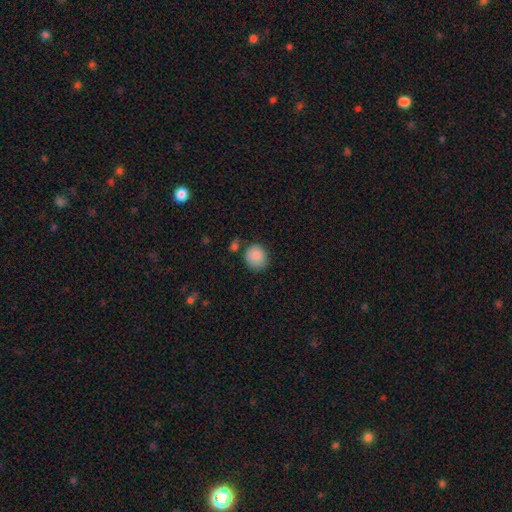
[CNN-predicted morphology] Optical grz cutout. It shows a smooth galaxy with no disk features (86%) that is round (80%). Merging: none (72%).